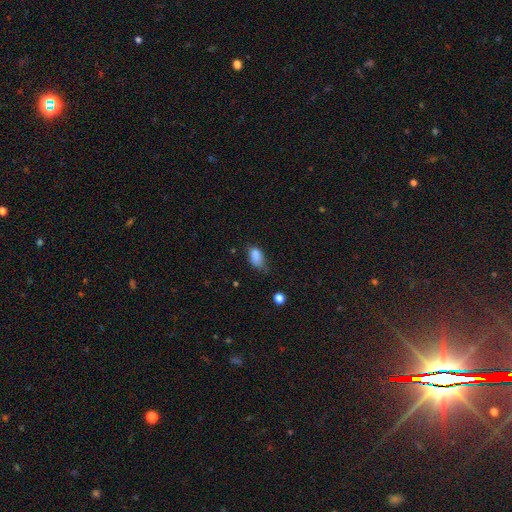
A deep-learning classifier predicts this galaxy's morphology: This appears to be a smooth galaxy with no disk features (83%) that is in between round and cigar-shaped (89%). Merging: minor disturbance (42%).